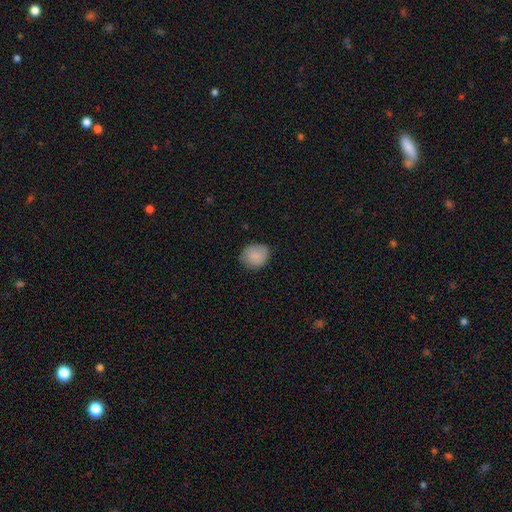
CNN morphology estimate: The model was most divided on "how rounded": round: 63%, in between: 36%, cigar-shaped: 1%. More confident: smooth or featured — smooth (86%); merging — none (76%).